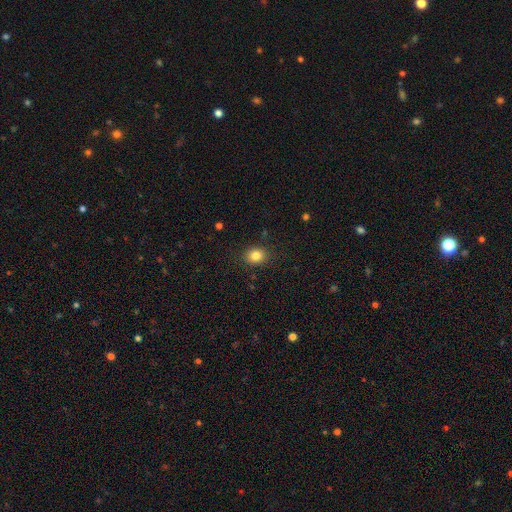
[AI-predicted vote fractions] A smooth galaxy with no disk features (83%) that is round (64%).

Vote fractions:
- Smooth or featured? smooth: 83% / star or artifact: 11% / featured or disk: 6%
- How rounded? round: 64% / in between: 36% / cigar-shaped: 1%
- Merging? none: 88% / minor disturbance: 8% / major disturbance: 2% / merger: 1%